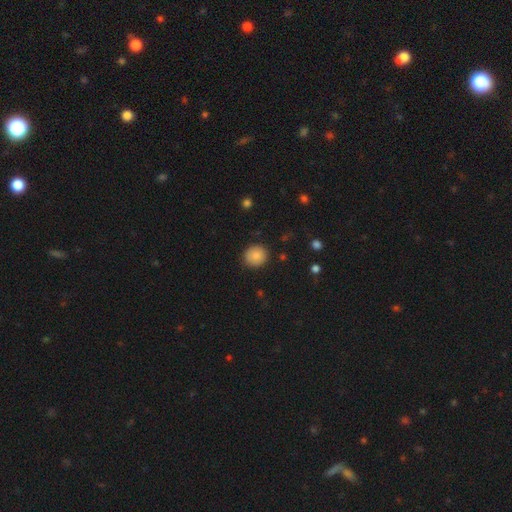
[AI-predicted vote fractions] smooth 87%, star or artifact 9%, featured or disk 5%. Down the decision tree: how rounded — round (85%); merging — none (89%).